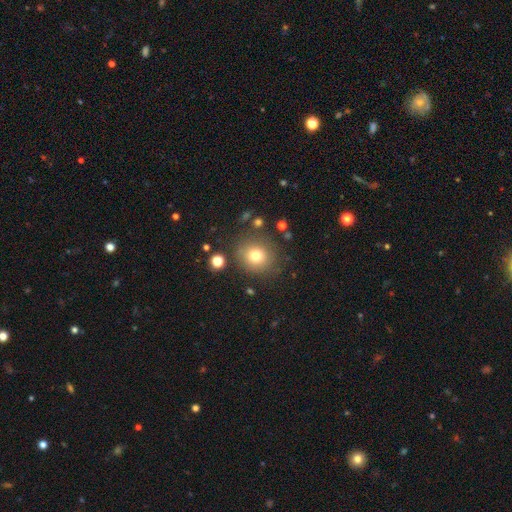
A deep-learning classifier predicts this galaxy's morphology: This is likely a smooth galaxy (76%). How rounded: clearly round (85%). Merging: clearly none (82%).